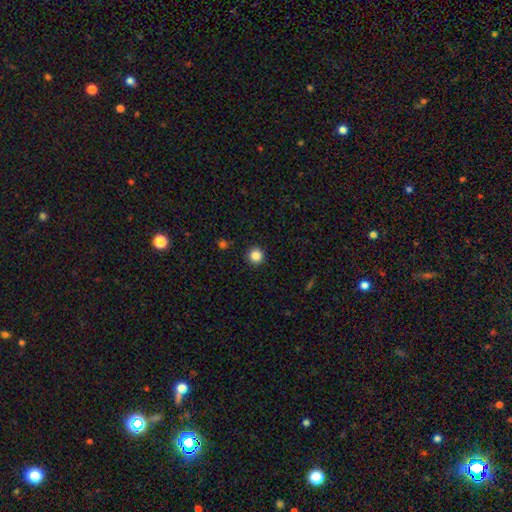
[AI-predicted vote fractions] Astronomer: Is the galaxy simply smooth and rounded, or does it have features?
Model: smooth — 86%.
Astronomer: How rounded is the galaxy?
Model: round — 96%.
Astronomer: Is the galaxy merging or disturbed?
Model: none — 93%.